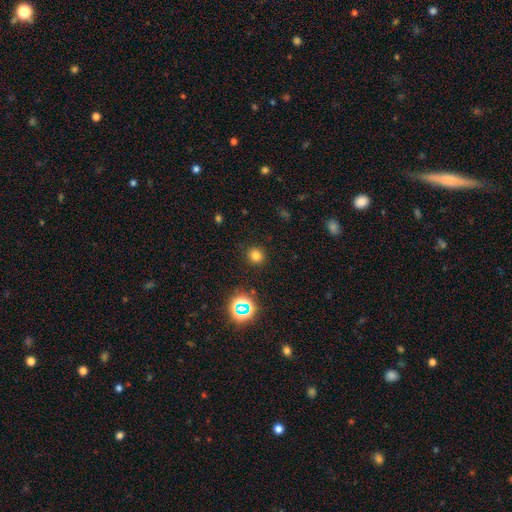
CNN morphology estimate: Smooth or featured?
  - smooth: 75% *
  - star or artifact: 19%
  - featured or disk: 6%
How rounded?
  - round: 88% *
  - in between: 11%
  - cigar-shaped: 1%
Merging?
  - none: 89% *
  - minor disturbance: 7%
  - major disturbance: 3%
  - merger: 1%